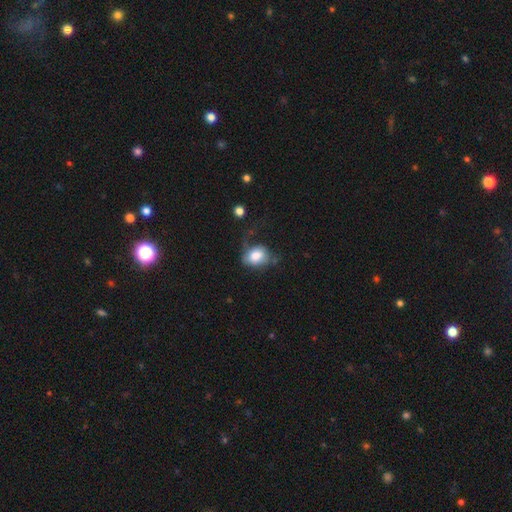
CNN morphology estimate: A smooth galaxy with no disk features (76%) that is in between round and cigar-shaped (68%). Merging: none (33%, tied with major disturbance).